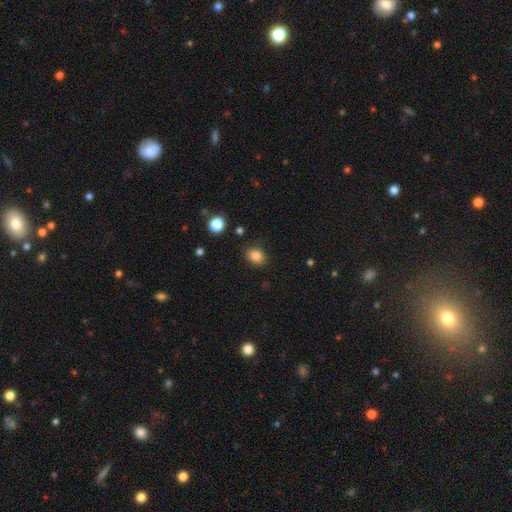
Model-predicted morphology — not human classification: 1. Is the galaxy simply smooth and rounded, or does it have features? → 84% smooth, 11% star or artifact, 5% featured or disk.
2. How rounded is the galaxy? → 53% in between, 46% round, 1% cigar-shaped.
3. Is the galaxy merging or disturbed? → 82% none, 12% minor disturbance, 3% major disturbance, 2% merger.